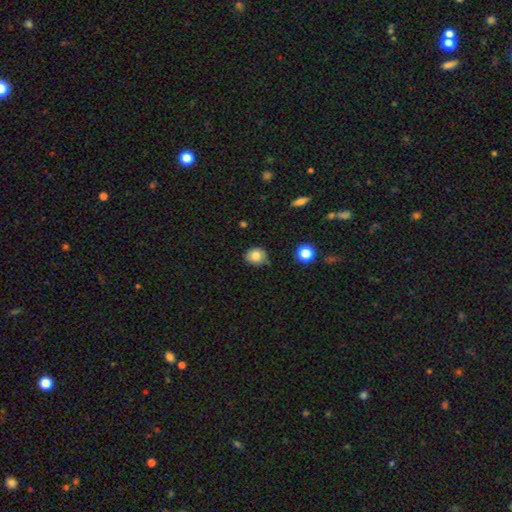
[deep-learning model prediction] Q: Smooth or featured?
A: smooth (80%); runner-up: star or artifact (10%)
Q: How rounded?
A: round (67%); runner-up: in between (32%)
Q: Merging?
A: none (72%); runner-up: minor disturbance (22%)